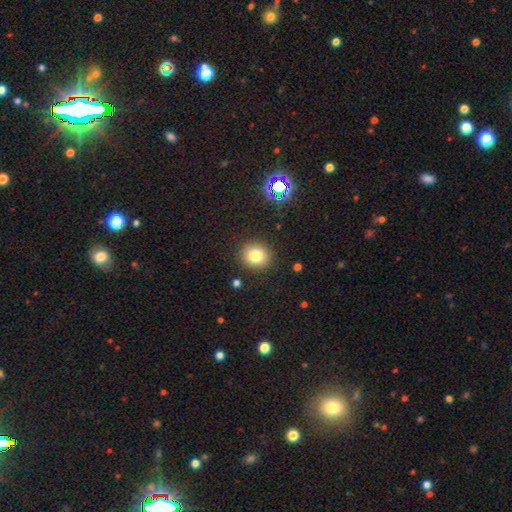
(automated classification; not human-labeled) The model was most divided on "how rounded": round: 81%, in between: 18%, cigar-shaped: 1%. More confident: merging — none (89%); smooth or featured — smooth (79%).